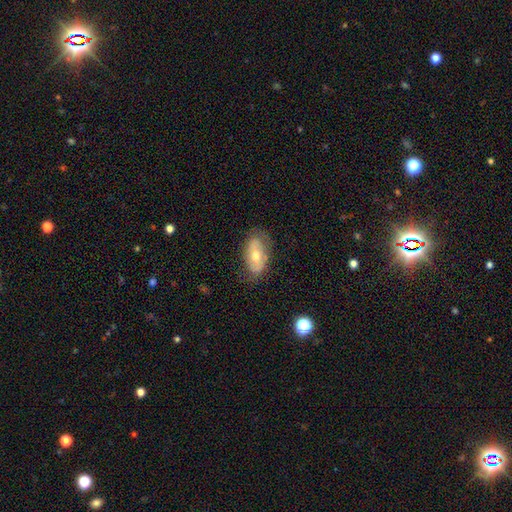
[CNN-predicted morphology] Smooth or featured?
  - smooth: 48% *
  - featured or disk: 45%
  - star or artifact: 7%
Merging?
  - none: 71% *
  - minor disturbance: 21%
  - major disturbance: 7%
  - merger: 1%